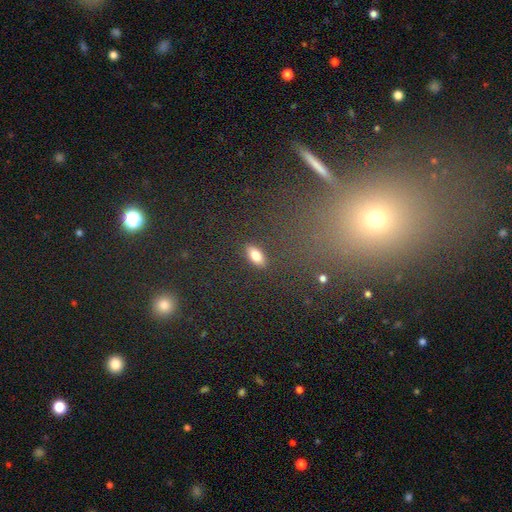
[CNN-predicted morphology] A smooth galaxy with no disk features (80%) that is in between round and cigar-shaped (87%).

Vote fractions:
- Smooth or featured? smooth: 80% / star or artifact: 10% / featured or disk: 10%
- How rounded? in between: 87% / cigar-shaped: 8% / round: 5%
- Merging? none: 88% / minor disturbance: 8% / major disturbance: 3% / merger: 1%